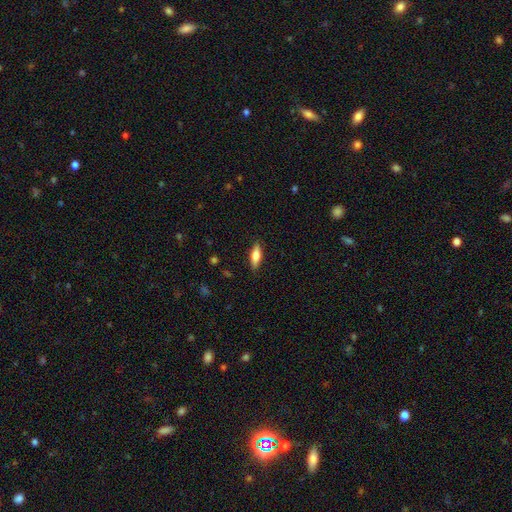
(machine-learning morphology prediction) smooth_or_featured: smooth (p=0.68) [alt: featured or disk p=0.25]
how_rounded: in between (p=0.57) [alt: cigar-shaped p=0.41]
merging: none (p=0.88) [alt: minor disturbance p=0.09]